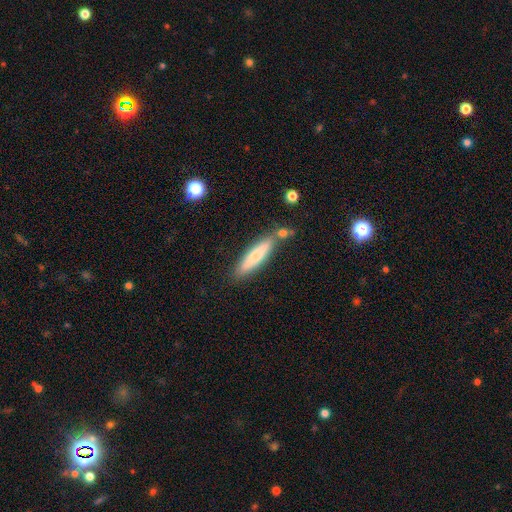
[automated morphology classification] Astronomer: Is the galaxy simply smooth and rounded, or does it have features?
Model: smooth — 69%.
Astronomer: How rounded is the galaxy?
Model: cigar-shaped — 82%.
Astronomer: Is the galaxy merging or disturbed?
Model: none — 71%.